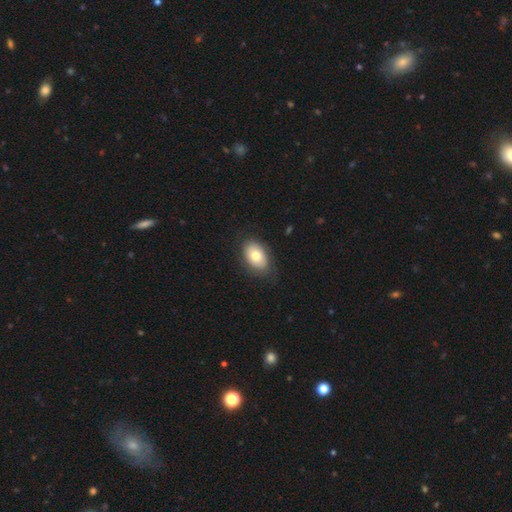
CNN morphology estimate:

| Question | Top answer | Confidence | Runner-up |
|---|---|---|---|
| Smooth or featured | smooth | 73% | featured or disk (20%) |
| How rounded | in between | 86% | round (13%) |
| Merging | none | 75% | minor disturbance (19%) |